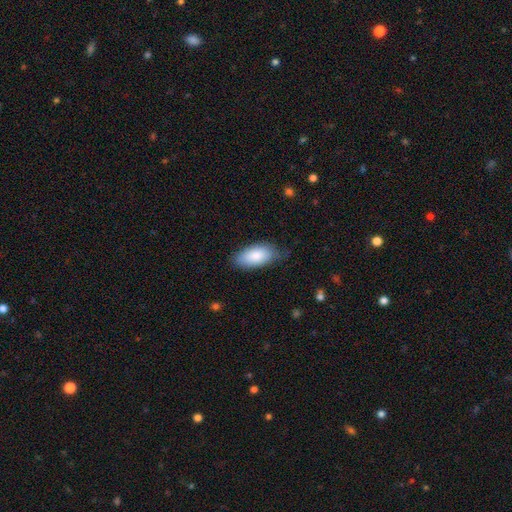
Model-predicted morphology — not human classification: smooth 85%, featured or disk 9%, star or artifact 6%. Down the decision tree: how rounded — in between (92%); merging — none (70%).